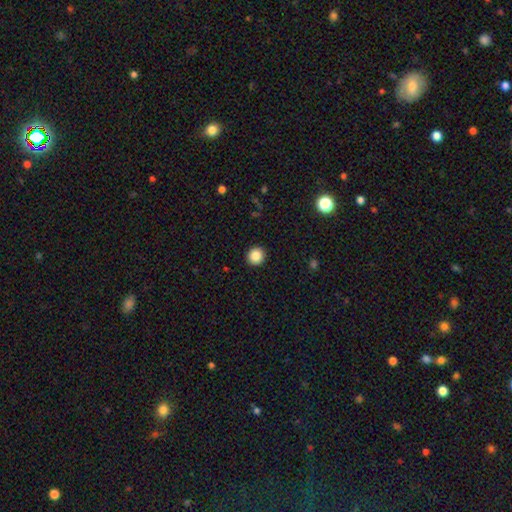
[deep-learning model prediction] Morphology: type=smooth (86%); roundness=round (94%); merging=none (93%).